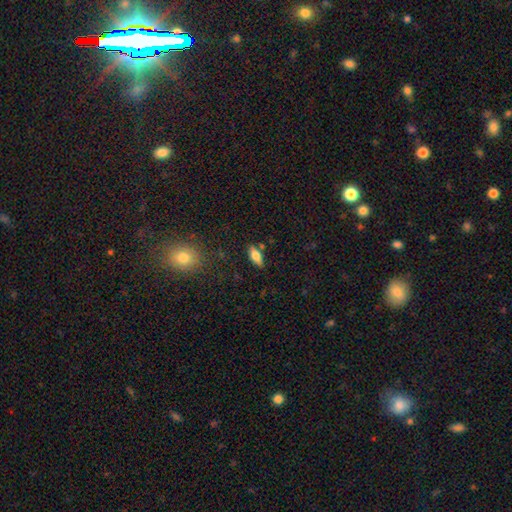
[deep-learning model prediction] This appears to be a smooth galaxy with no disk features (66%) that is in between round and cigar-shaped (76%). Merging: none (82%).